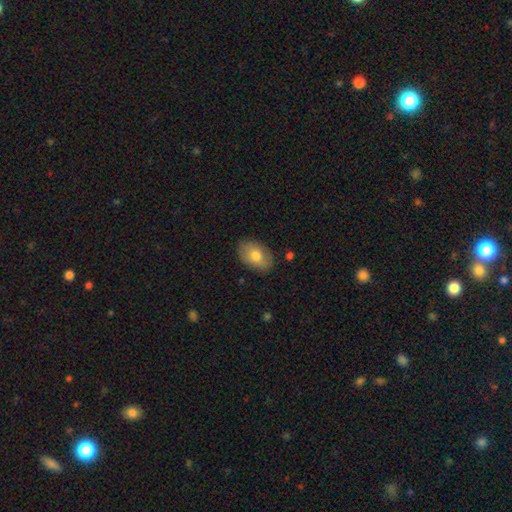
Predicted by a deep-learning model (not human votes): smooth-or-featured: smooth: 77% | featured or disk: 16% | star or artifact: 7%
  how-rounded: in between: 88% | round: 11% | cigar-shaped: 1%
  merging: none: 85% | minor disturbance: 11% | major disturbance: 2% | merger: 1%